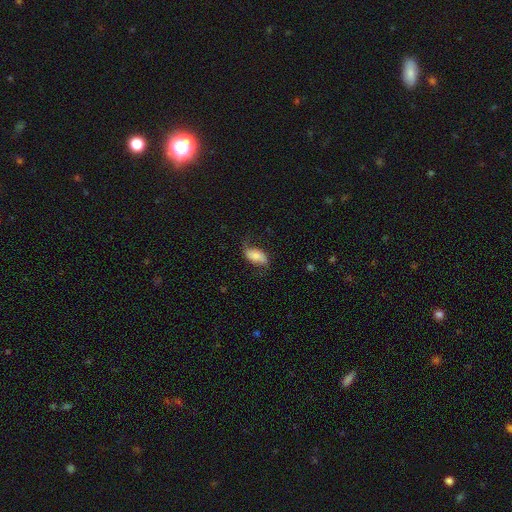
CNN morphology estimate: This appears to be a smooth galaxy with no disk features (53%) that is in between round and cigar-shaped (90%). Merging: none (61%).